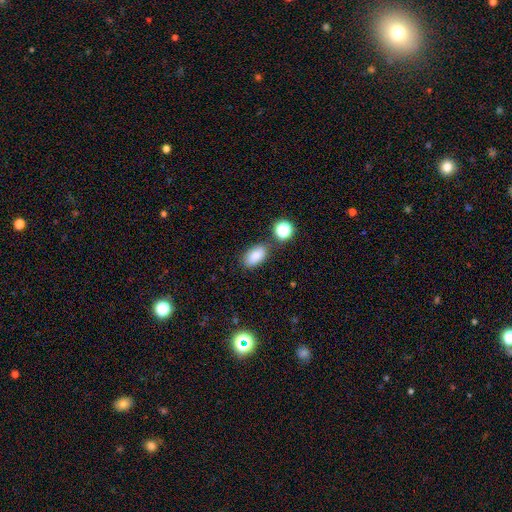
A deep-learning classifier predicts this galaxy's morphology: smooth 85%, star or artifact 9%, featured or disk 6%. Down the decision tree: how rounded — in between (91%); merging — none (76%).